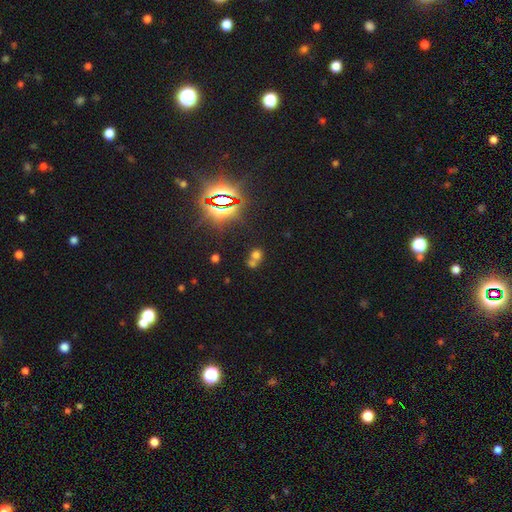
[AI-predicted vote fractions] Smooth or featured?
  - smooth: 56% *
  - star or artifact: 30%
  - featured or disk: 14%
How rounded?
  - round: 73% *
  - in between: 25%
  - cigar-shaped: 2%
Merging?
  - merger: 55% *
  - none: 34%
  - minor disturbance: 6%
  - major disturbance: 4%